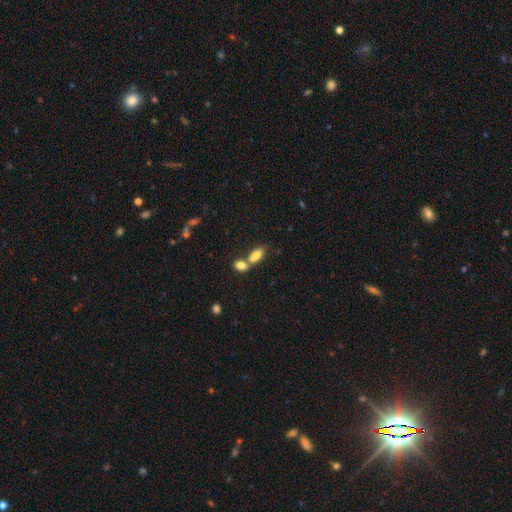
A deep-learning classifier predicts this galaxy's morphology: Smooth or featured? smooth (79%)
How rounded? in between (84%)
Merging? merger (56%)